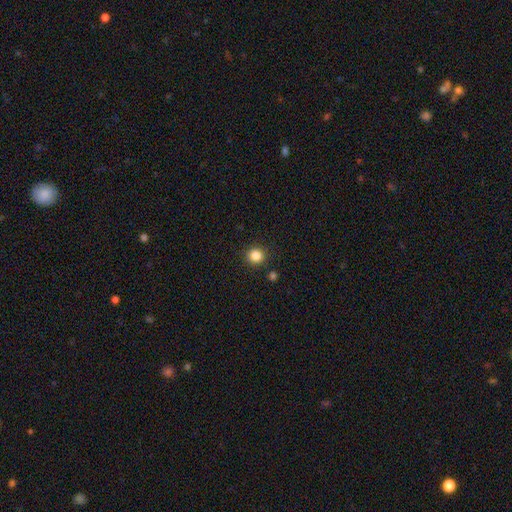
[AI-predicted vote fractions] Q: Smooth or featured?
A: smooth (84%); runner-up: star or artifact (12%)
Q: How rounded?
A: round (90%); runner-up: in between (9%)
Q: Merging?
A: none (89%); runner-up: minor disturbance (6%)